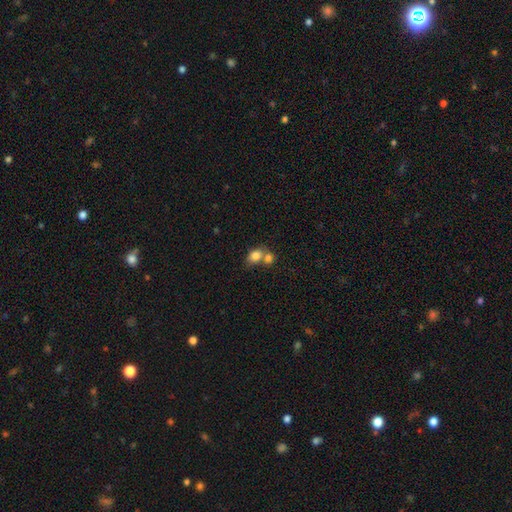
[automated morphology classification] A smooth galaxy with no disk features (80%) that is in between round and cigar-shaped (54%).

Vote fractions:
- Smooth or featured? smooth: 80% / featured or disk: 11% / star or artifact: 9%
- How rounded? in between: 54% / round: 45% / cigar-shaped: 1%
- Merging? merger: 57% / none: 31% / minor disturbance: 8% / major disturbance: 4%